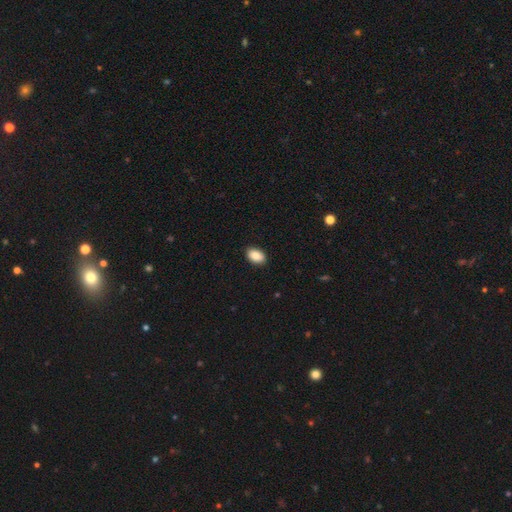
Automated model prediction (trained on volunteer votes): Q: Smooth or featured?
A: smooth (87%); runner-up: star or artifact (7%)
Q: How rounded?
A: in between (88%); runner-up: round (11%)
Q: Merging?
A: none (90%); runner-up: minor disturbance (7%)